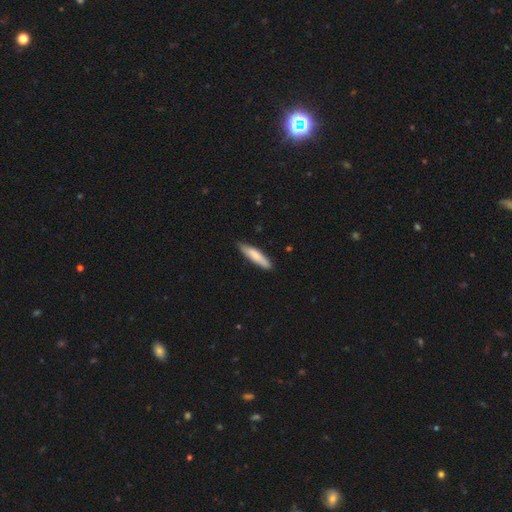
This is likely a smooth galaxy (74%). How rounded: clearly cigar-shaped (86%). Merging: clearly none (89%).